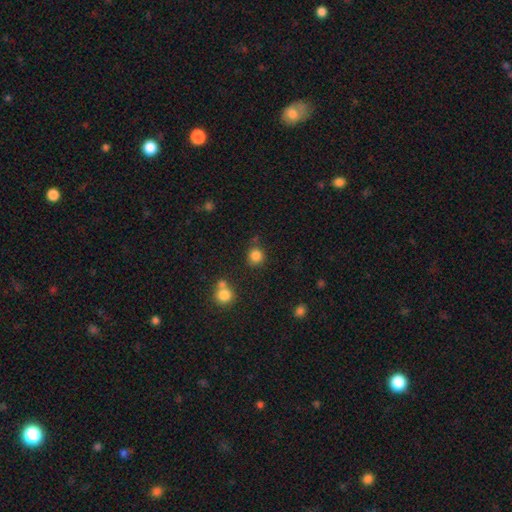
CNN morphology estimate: Smooth or featured? smooth (83%)
How rounded? round (89%)
Merging? none (77%)